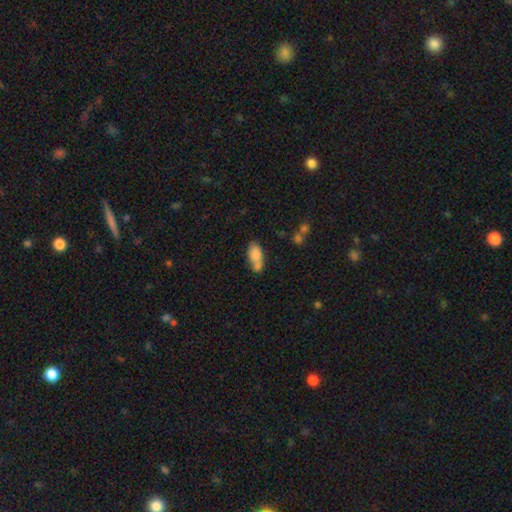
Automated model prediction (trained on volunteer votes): Smooth or featured? Predicted: smooth (p=0.79). How rounded? Predicted: in between (p=0.86). Merging? Predicted: none (p=0.41).